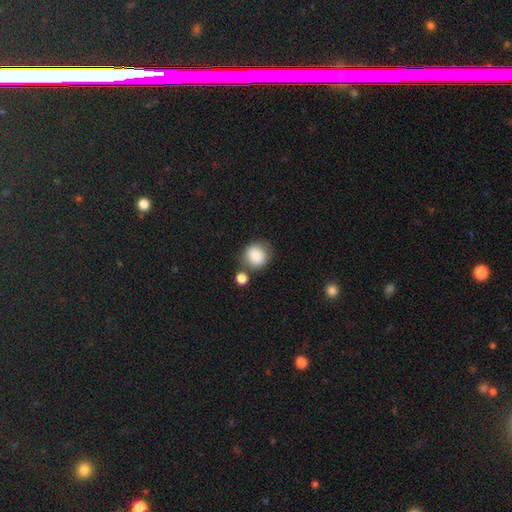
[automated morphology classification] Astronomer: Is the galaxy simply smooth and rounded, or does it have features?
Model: smooth — 86%.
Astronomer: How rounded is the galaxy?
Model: round — 89%.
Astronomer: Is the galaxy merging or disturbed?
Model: none — 68%.